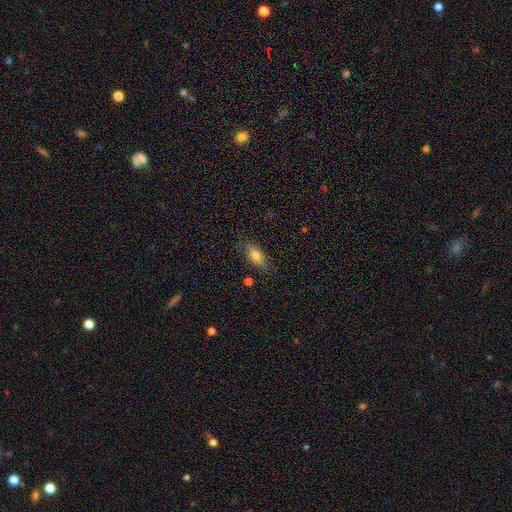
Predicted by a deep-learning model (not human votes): This appears to be a smooth galaxy with no disk features (69%) that is in between round and cigar-shaped (77%). Merging: none (75%).